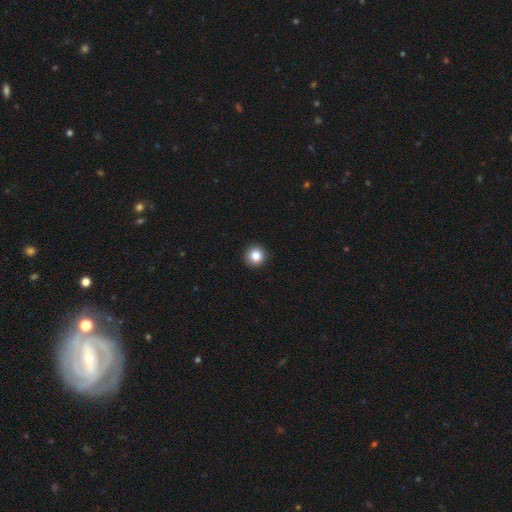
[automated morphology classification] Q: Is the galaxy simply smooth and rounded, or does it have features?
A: smooth — 84%.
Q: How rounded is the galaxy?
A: round — 95%.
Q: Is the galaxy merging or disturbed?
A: none — 94%.